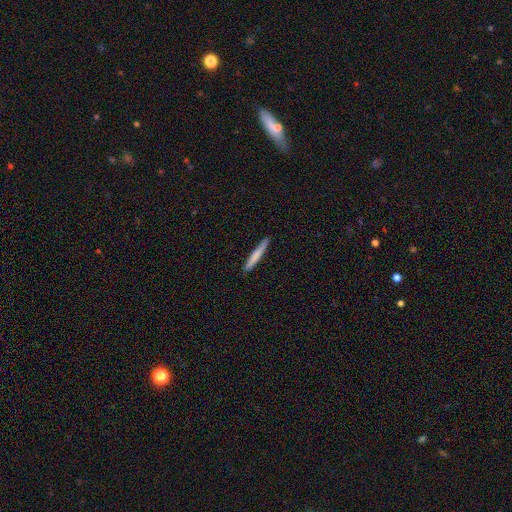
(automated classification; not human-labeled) A smooth galaxy with no disk features (71%) that is cigar-shaped (96%).

Vote fractions:
- Smooth or featured? smooth: 71% / featured or disk: 23% / star or artifact: 5%
- How rounded? cigar-shaped: 96% / in between: 3% / round: 1%
- Merging? none: 90% / minor disturbance: 7% / major disturbance: 1% / merger: 1%